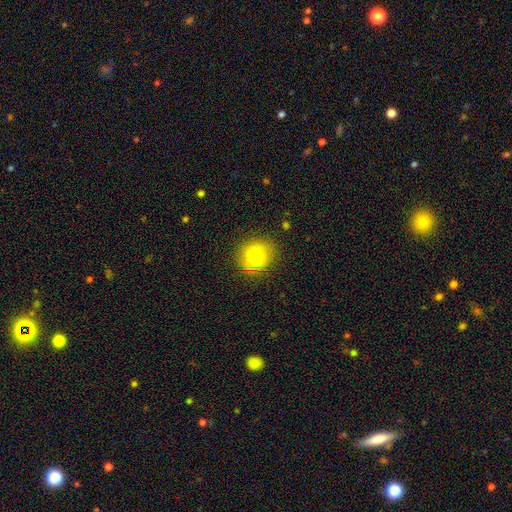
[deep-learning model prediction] A smooth galaxy with no disk features (78%) that is round (87%). Merging: none (76%).